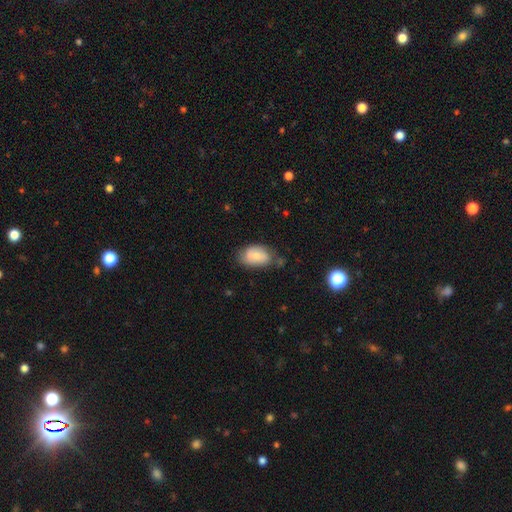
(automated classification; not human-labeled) smooth 71%, featured or disk 22%, star or artifact 7%. Down the decision tree: how rounded — in between (89%); merging — none (57%).